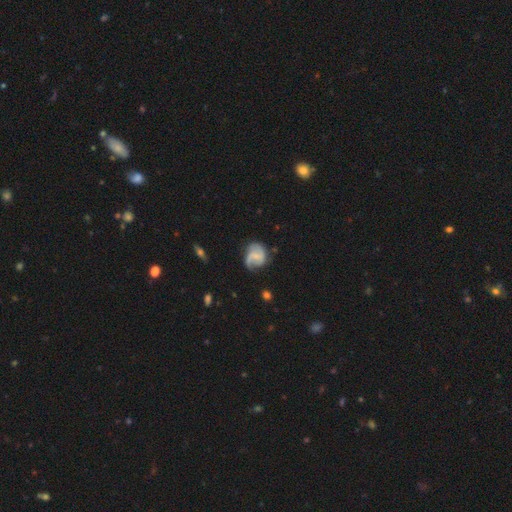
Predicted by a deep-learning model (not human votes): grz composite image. It shows a featured or disk galaxy (69%) with a weak bar (45%), 2 (65%) loose (42%) spiral arms (90%) and no central bulge (44%). Merging: none (56%).